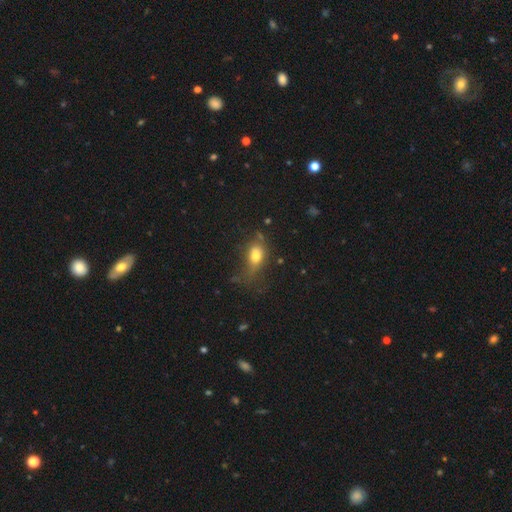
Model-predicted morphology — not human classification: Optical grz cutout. It shows a smooth galaxy with no disk features (73%) that is in between round and cigar-shaped (71%). Merging: none (39%).